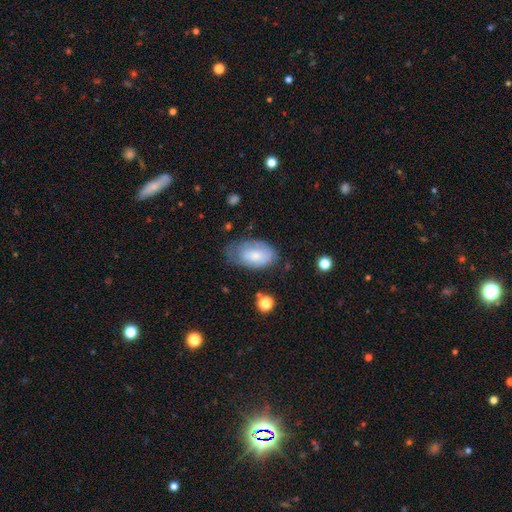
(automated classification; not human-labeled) Smooth or featured? Predicted: smooth (p=0.65). How rounded? Predicted: in between (p=0.93). Merging? Predicted: none (p=0.52).